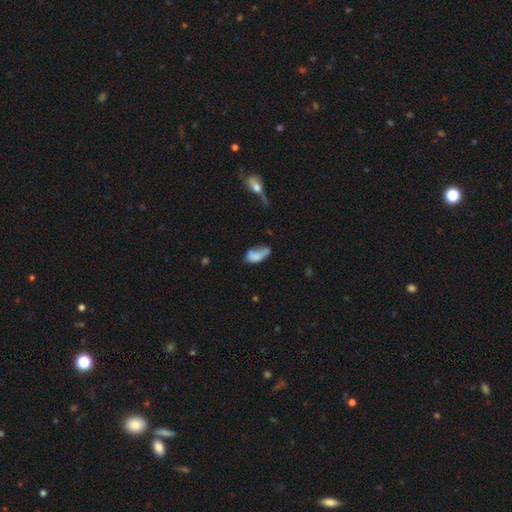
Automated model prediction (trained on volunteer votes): The model was most divided on "merging" (2-way tie): minor disturbance: 30%, none: 30%, major disturbance: 25%, merger: 15%. More confident: how rounded — in between (88%); smooth or featured — smooth (69%).